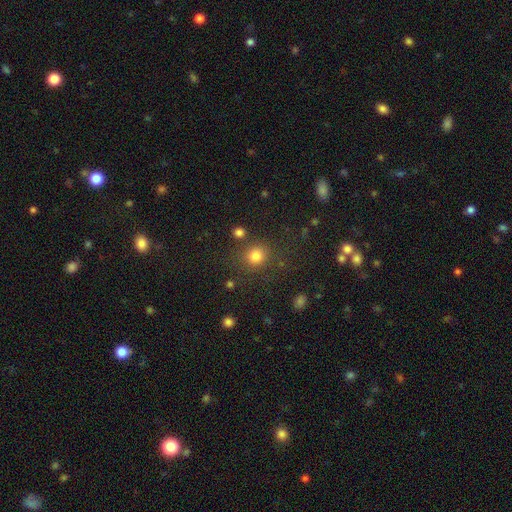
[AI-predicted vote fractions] Smooth or featured: smooth — 80% (star or artifact — 14%)
How rounded: round — 88% (in between — 11%)
Merging: none — 80% (minor disturbance — 9%)